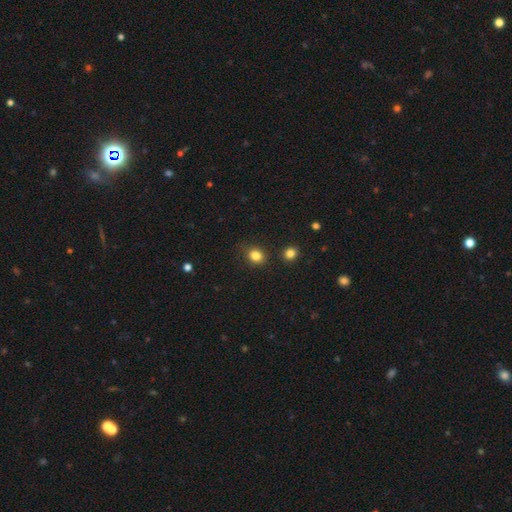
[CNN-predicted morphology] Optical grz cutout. It shows a smooth galaxy with no disk features (83%) that is round (60%). Merging: none (82%).